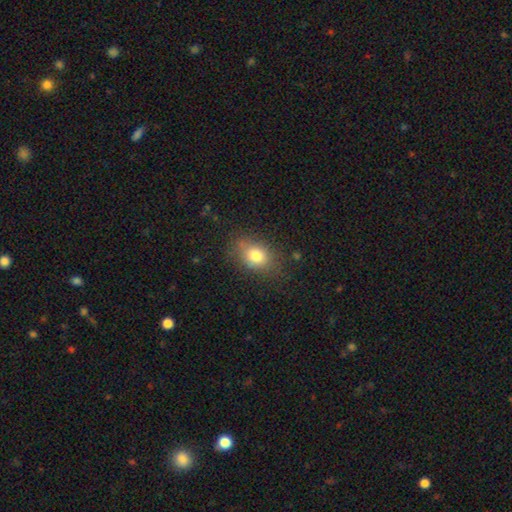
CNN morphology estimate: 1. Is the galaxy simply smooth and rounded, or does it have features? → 79% smooth, 11% featured or disk, 11% star or artifact.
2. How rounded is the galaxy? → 70% in between, 28% round, 2% cigar-shaped.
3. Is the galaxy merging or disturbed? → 74% none, 18% minor disturbance, 6% major disturbance, 2% merger.